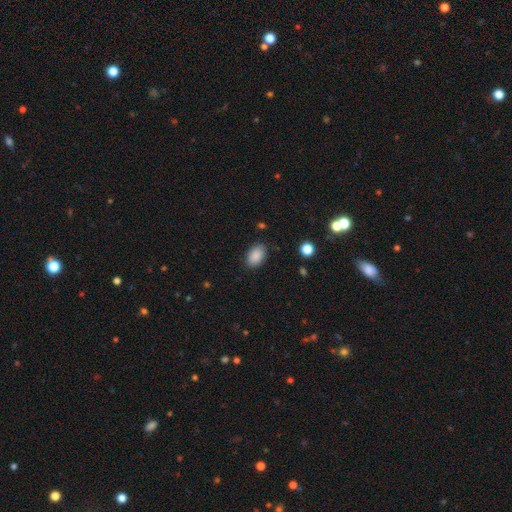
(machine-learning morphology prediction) Smooth or featured? smooth (89%)
How rounded? in between (88%)
Merging? none (85%)